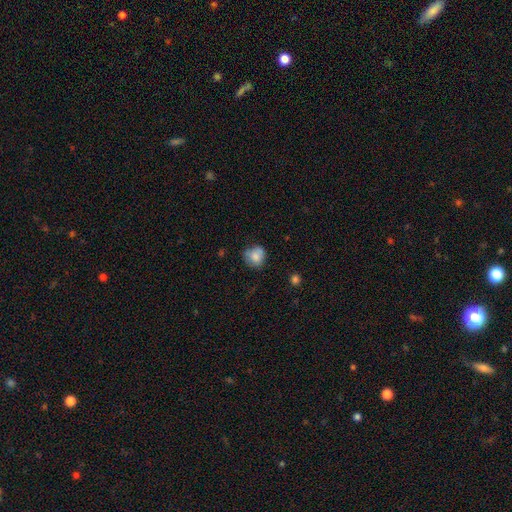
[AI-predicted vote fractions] This is likely a smooth galaxy (80%). How rounded: clearly round (82%). Merging: likely none (64%).